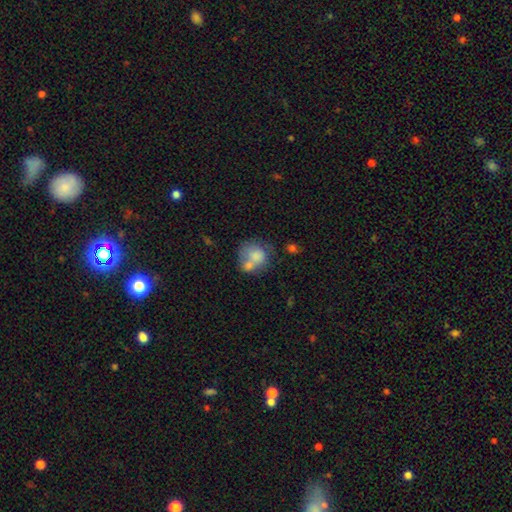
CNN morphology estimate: type=smooth (70%); roundness=round (70%); merging=merger (42%).